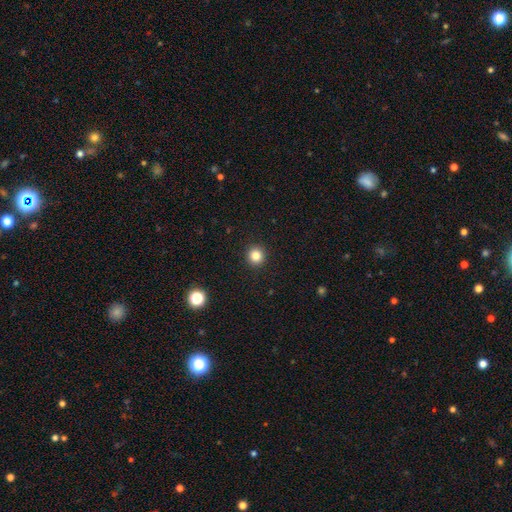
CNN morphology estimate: This is clearly a smooth galaxy (83%). How rounded: clearly round (94%). Merging: clearly none (93%).